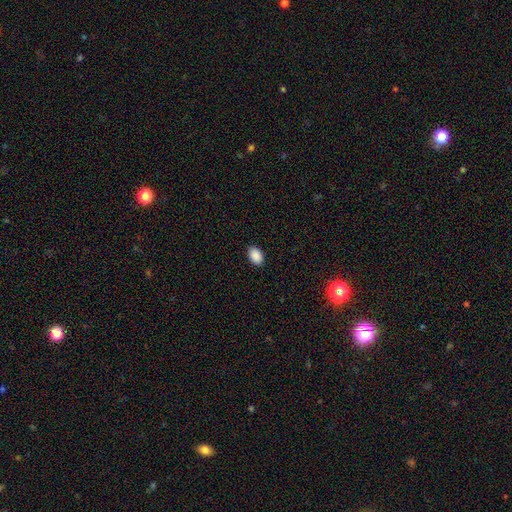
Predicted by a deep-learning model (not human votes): This appears to be a smooth galaxy with no disk features (90%) that is in between round and cigar-shaped (86%). Merging: none (90%).